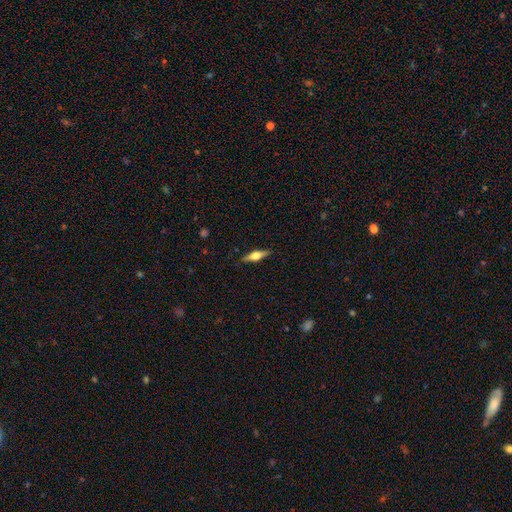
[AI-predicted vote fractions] A featured or disk galaxy (62%) viewed edge-on (96%) with a rounded central bulge (93%). Merging: none (89%).